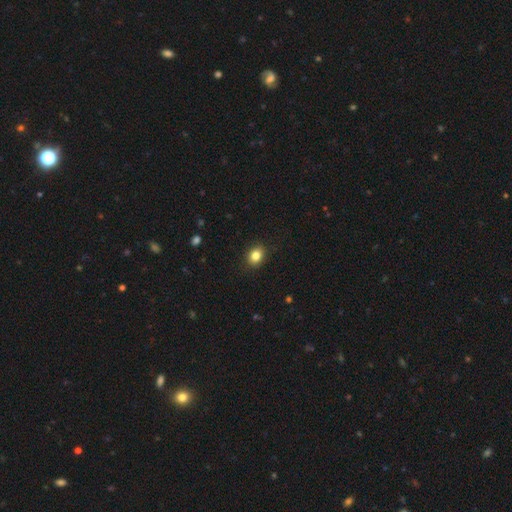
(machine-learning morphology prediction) Smooth or featured: smooth — 84% (star or artifact — 10%)
How rounded: in between — 52% (round — 47%)
Merging: none — 89% (minor disturbance — 8%)